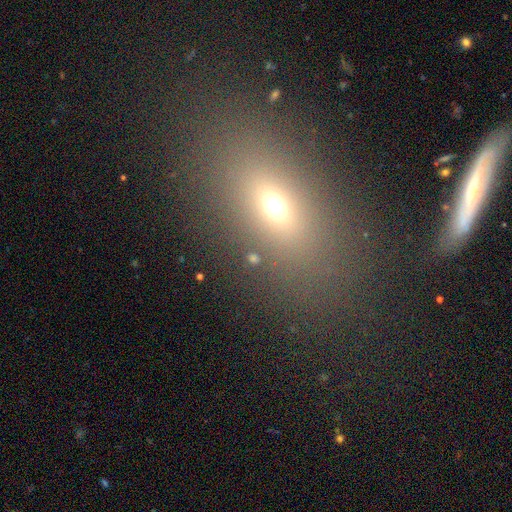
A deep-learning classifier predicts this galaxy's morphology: Overall: smooth (61%; star or artifact 22%). How rounded: in between (75%). Merging: none (80%).